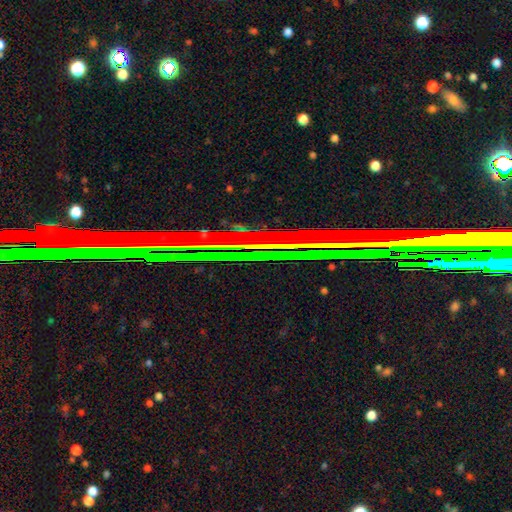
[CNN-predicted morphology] Smooth or featured?
  - star or artifact: 76% *
  - featured or disk: 15%
  - smooth: 9%